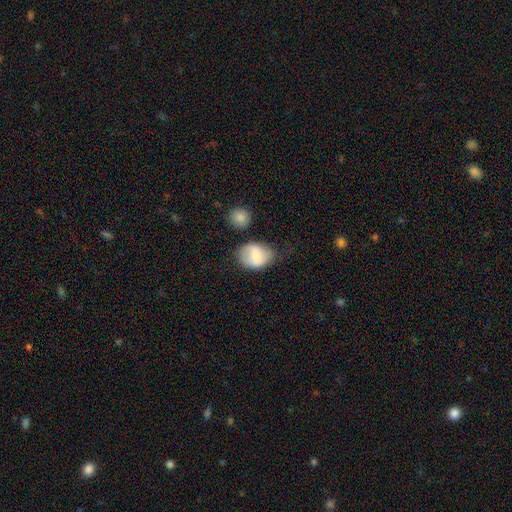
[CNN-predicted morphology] Overall: smooth (74%). How rounded: in between (69%; round 30%). Merging: none (57%; minor disturbance 28%).